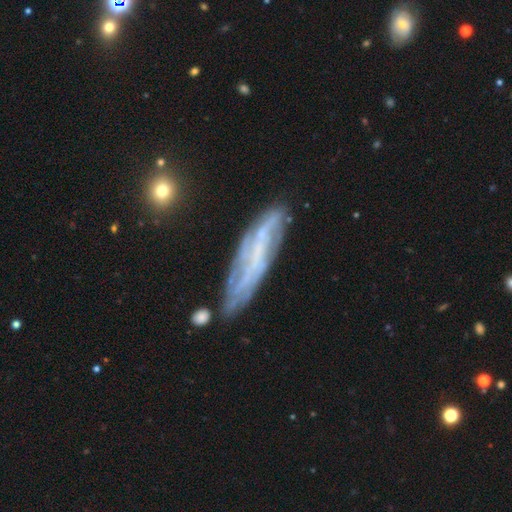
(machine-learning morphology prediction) Smooth or featured?
  - featured or disk: 67% *
  - smooth: 24%
  - star or artifact: 9%
Edge-on disk?
  - no: 60% *
  - yes: 40%
Merging?
  - none: 63% *
  - minor disturbance: 23%
  - major disturbance: 9%
  - merger: 5%